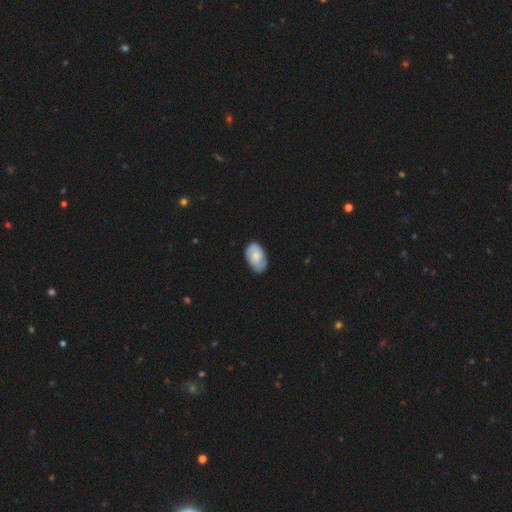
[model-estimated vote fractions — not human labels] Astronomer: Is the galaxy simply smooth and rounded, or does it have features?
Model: smooth — 57% (runner-up: featured or disk, 37%).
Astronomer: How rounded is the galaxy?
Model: in between — 92%.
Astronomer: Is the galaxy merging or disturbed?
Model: none — 78%.